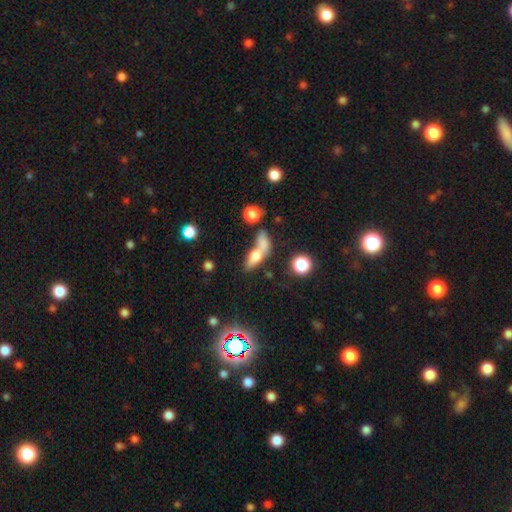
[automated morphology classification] smooth_or_featured: smooth (p=0.66) [alt: featured or disk p=0.22]
how_rounded: in between (p=0.62) [alt: cigar-shaped p=0.26]
merging: merger (p=0.54) [alt: none p=0.27]